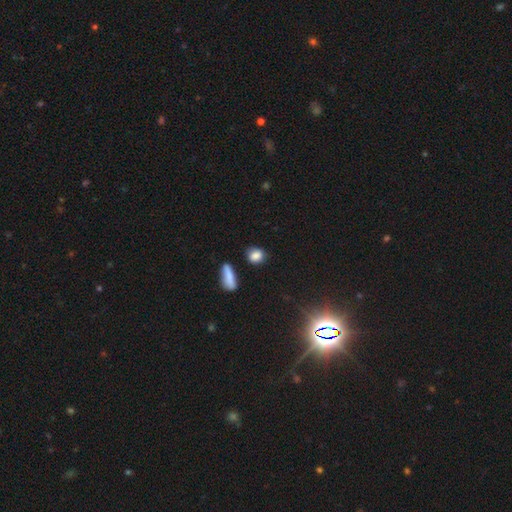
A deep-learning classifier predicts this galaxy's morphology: smooth_or_featured: smooth (p=0.85) [alt: star or artifact p=0.10]
how_rounded: in between (p=0.49) [alt: round p=0.47]
merging: none (p=0.74) [alt: minor disturbance p=0.16]